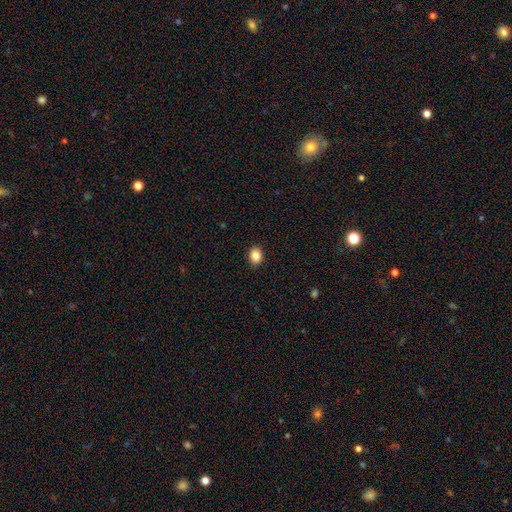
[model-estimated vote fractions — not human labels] A smooth galaxy with no disk features (86%) that is round (54%).

Vote fractions:
- Smooth or featured? smooth: 86% / star or artifact: 10% / featured or disk: 5%
- How rounded? round: 54% / in between: 45% / cigar-shaped: 1%
- Merging? none: 91% / minor disturbance: 6% / major disturbance: 2% / merger: 1%